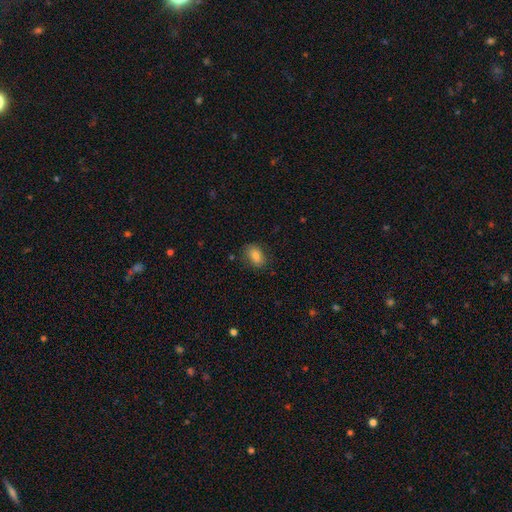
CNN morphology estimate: A smooth galaxy with no disk features (82%) that is in between round and cigar-shaped (82%).

Vote fractions:
- Smooth or featured? smooth: 82% / featured or disk: 10% / star or artifact: 9%
- How rounded? in between: 82% / round: 16% / cigar-shaped: 2%
- Merging? none: 79% / minor disturbance: 16% / major disturbance: 4% / merger: 2%